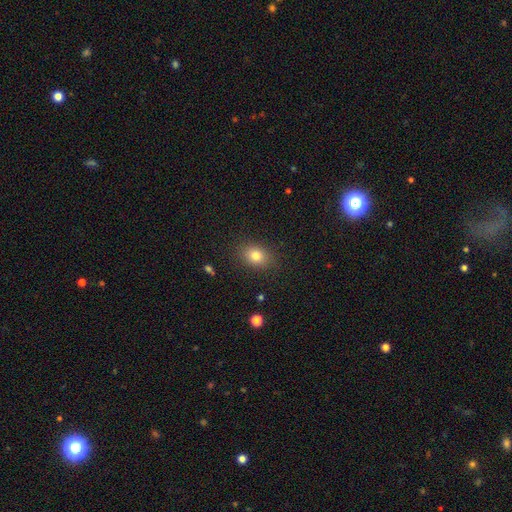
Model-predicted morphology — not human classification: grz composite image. It shows a smooth galaxy with no disk features (80%) that is in between round and cigar-shaped (62%). Merging: none (86%).